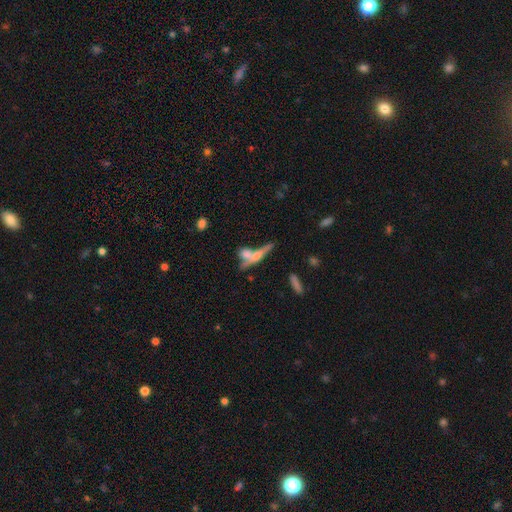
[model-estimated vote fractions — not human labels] Smooth or featured? Predicted: featured or disk (p=0.54). Edge-on disk? Predicted: yes (p=0.83). Merging? Predicted: none (p=0.47).